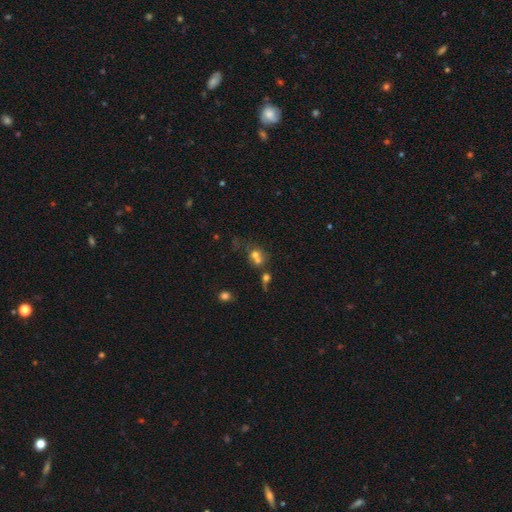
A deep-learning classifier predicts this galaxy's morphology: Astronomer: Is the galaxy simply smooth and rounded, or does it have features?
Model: smooth — 59%.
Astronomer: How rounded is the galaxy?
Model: round — 75%.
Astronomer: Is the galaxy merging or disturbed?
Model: merger — 59%.